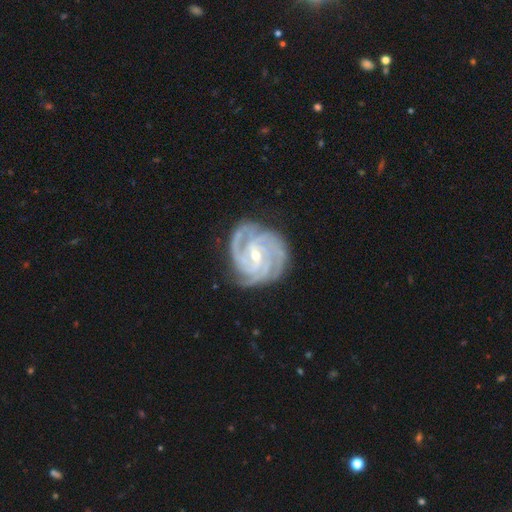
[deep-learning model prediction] Overall: featured or disk (92%). Edge-on disk: no (98%). Bar: weak (47%; no 32%). Spiral arms: yes (99%). Spiral arm count: 4 (36%; 3 32%). Spiral winding: tight (73%). Bulge size: small (61%; moderate 37%). Merging: none (78%).